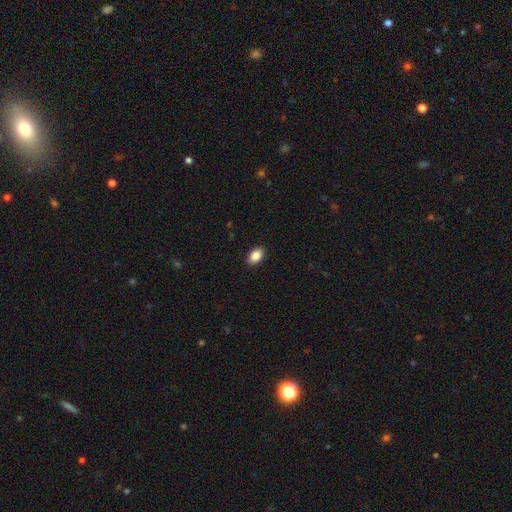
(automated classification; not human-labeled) smooth-or-featured: smooth: 88% | star or artifact: 8% | featured or disk: 5%
  how-rounded: in between: 89% | round: 10% | cigar-shaped: 1%
  merging: none: 90% | minor disturbance: 7% | major disturbance: 2% | merger: 1%